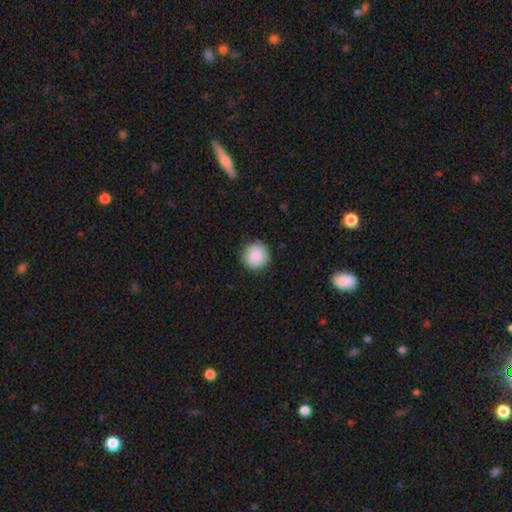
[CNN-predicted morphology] This is clearly a smooth galaxy (88%). How rounded: clearly round (95%). Merging: clearly none (91%).